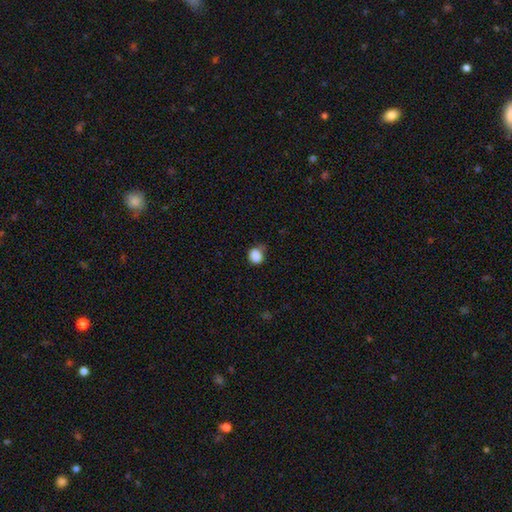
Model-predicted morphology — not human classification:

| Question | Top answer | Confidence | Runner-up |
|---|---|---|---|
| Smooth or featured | smooth | 87% | star or artifact (10%) |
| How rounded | round | 73% | in between (26%) |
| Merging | none | 69% | minor disturbance (23%) |